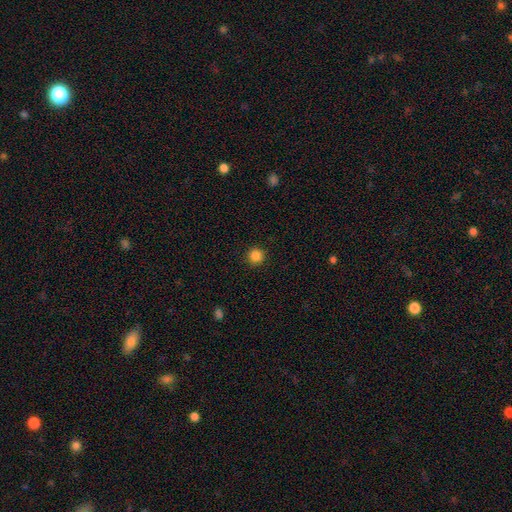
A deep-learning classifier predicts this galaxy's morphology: smooth_or_featured: smooth (p=0.86) [alt: star or artifact p=0.11]
how_rounded: round (p=0.95) [alt: in between p=0.04]
merging: none (p=0.92) [alt: minor disturbance p=0.05]